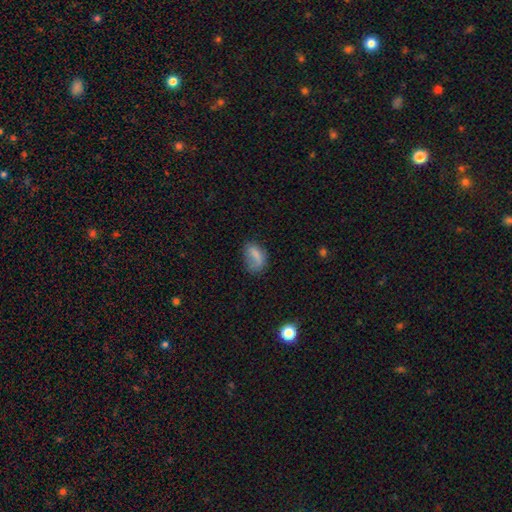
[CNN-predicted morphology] Q: Smooth or featured?
A: smooth (75%); runner-up: featured or disk (15%)
Q: How rounded?
A: in between (84%); runner-up: round (11%)
Q: Merging?
A: none (49%); runner-up: minor disturbance (30%)